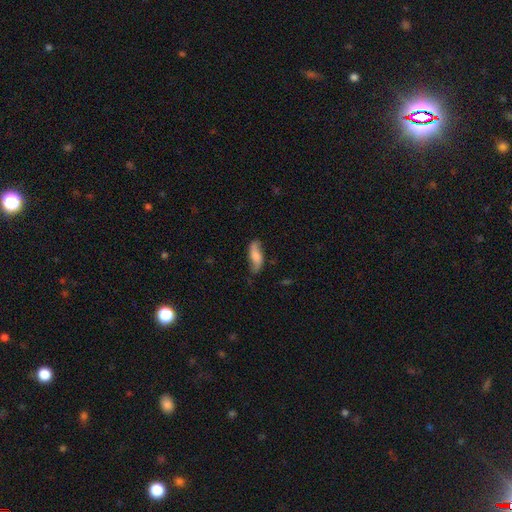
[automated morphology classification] The model was most divided on "smooth or featured": smooth: 54%, featured or disk: 38%, star or artifact: 7%. More confident: how rounded — in between (67%); merging — none (67%).